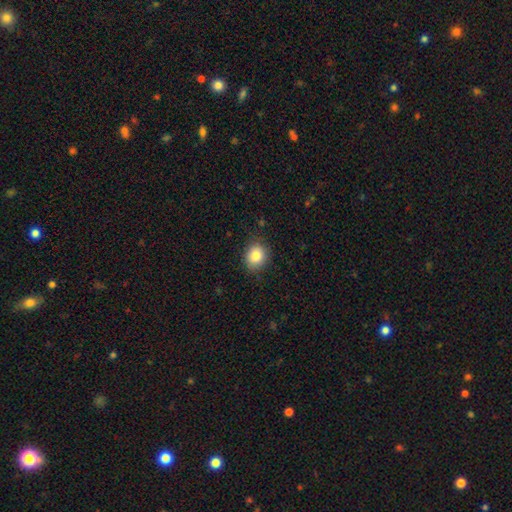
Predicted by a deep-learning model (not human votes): A smooth galaxy with no disk features (86%) that is round (63%).

Vote fractions:
- Smooth or featured? smooth: 86% / star or artifact: 9% / featured or disk: 5%
- How rounded? round: 63% / in between: 36% / cigar-shaped: 1%
- Merging? none: 85% / minor disturbance: 11% / major disturbance: 3% / merger: 1%